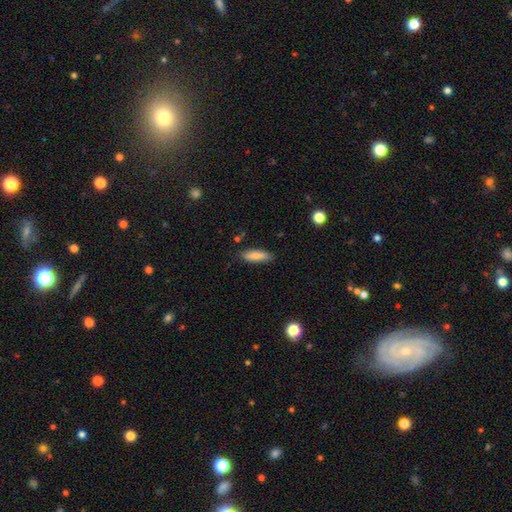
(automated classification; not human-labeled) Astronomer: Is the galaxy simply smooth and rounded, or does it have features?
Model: smooth — 82%.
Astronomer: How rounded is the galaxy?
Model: cigar-shaped — 58% (runner-up: in between, 41%).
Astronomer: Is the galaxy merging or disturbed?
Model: none — 82%.